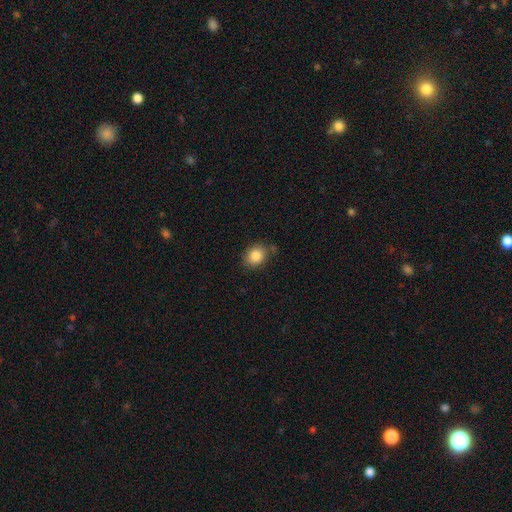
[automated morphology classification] Smooth or featured? smooth (86%)
How rounded? round (55%)
Merging? none (77%)